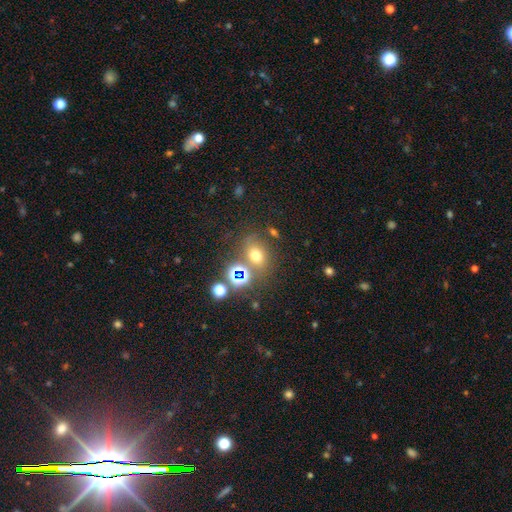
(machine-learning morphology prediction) Smooth or featured? Predicted: smooth (p=0.61). How rounded? Predicted: round (p=0.53). Merging? Predicted: none (p=0.65).